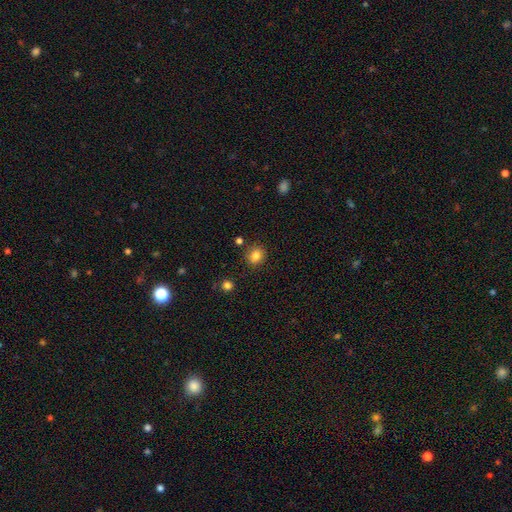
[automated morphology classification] Q: Smooth or featured?
A: smooth (82%); runner-up: star or artifact (11%)
Q: How rounded?
A: round (74%); runner-up: in between (25%)
Q: Merging?
A: none (83%); runner-up: minor disturbance (10%)